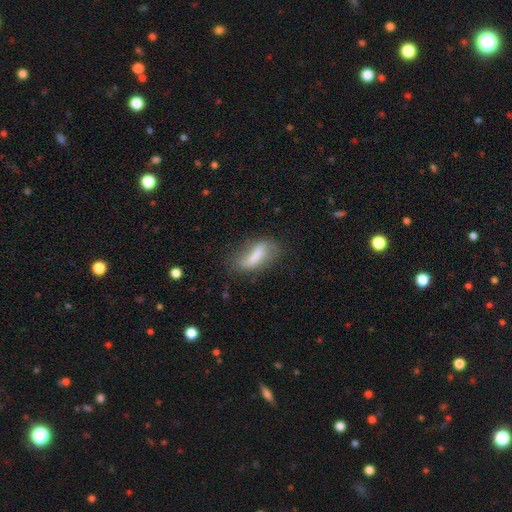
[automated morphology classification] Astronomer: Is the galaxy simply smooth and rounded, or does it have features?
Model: smooth — 63%.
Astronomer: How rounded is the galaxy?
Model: in between — 58% (runner-up: cigar-shaped, 38%).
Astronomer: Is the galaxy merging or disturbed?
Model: none — 56%.